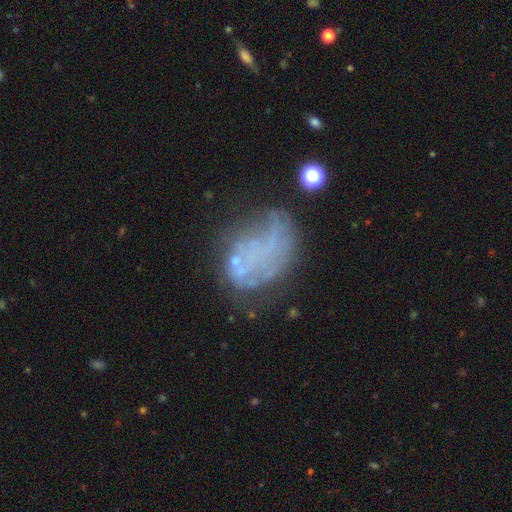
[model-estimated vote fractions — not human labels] The model was most divided on "merging": none: 36%, major disturbance: 34%, minor disturbance: 22%, merger: 8%. More confident: edge-on disk — no (98%); bar — no (91%); bulge size — none (82%); spiral arms — no (80%); smooth or featured — featured or disk (54%).